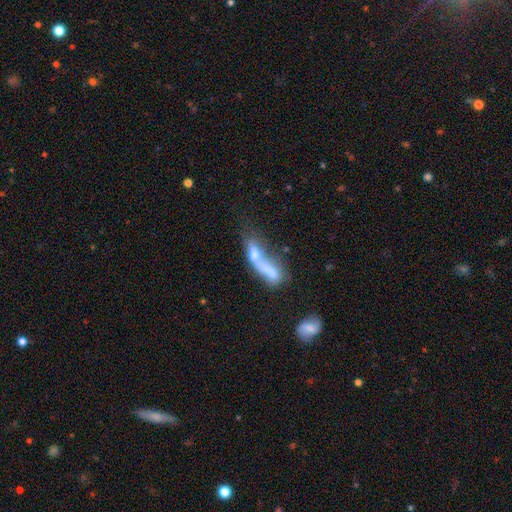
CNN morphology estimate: smooth-or-featured: smooth: 47% | featured or disk: 41% | star or artifact: 12%
  merging: merger: 53% | major disturbance: 20% | none: 17% | minor disturbance: 10%